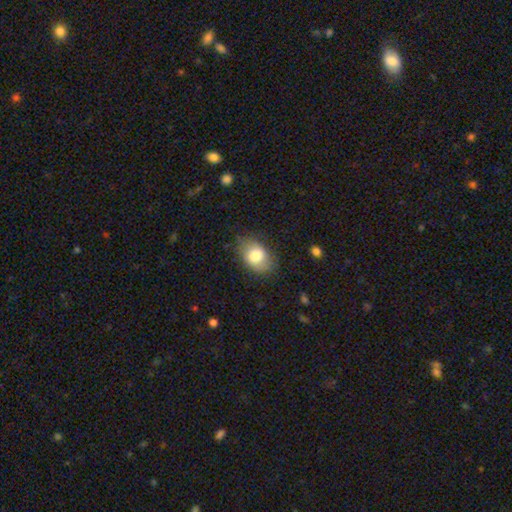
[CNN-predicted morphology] This appears to be a smooth galaxy with no disk features (78%) that is in between round and cigar-shaped (81%). Merging: none (71%).